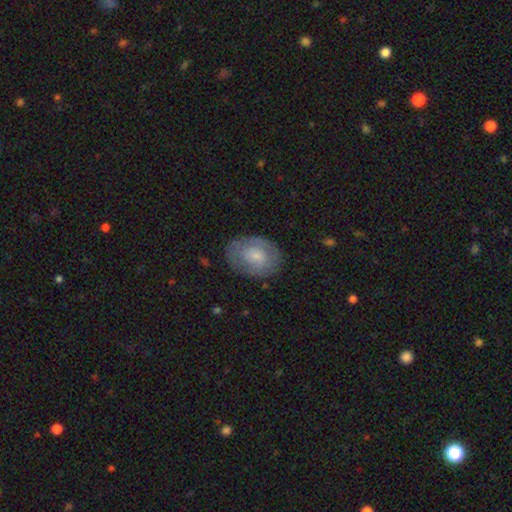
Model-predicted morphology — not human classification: Smooth or featured? smooth (64%)
How rounded? in between (69%)
Merging? none (76%)